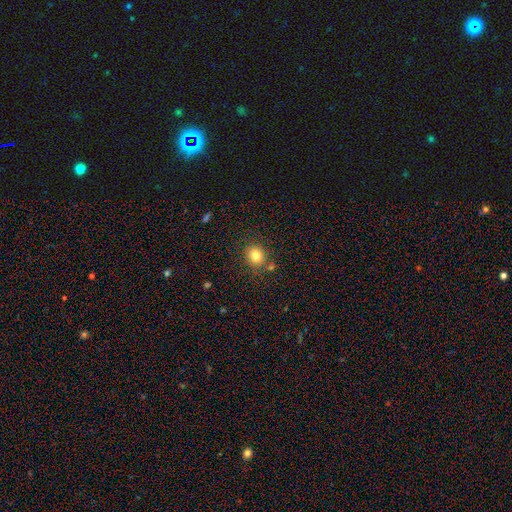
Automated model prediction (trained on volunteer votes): Morphology: type=smooth (80%); roundness=round (78%); merging=none (79%).